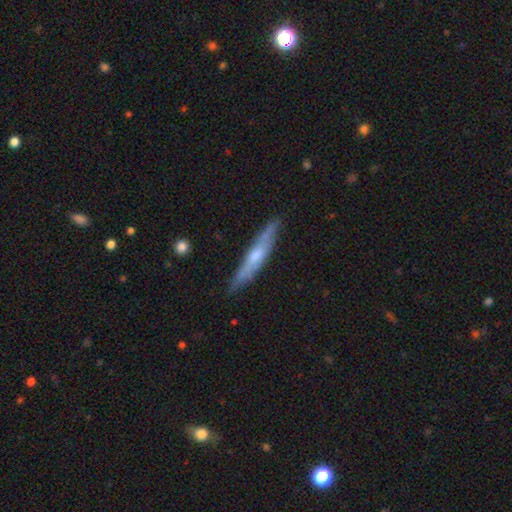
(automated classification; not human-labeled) This is possibly a featured or disk galaxy (59%). It is clearly viewed edge-on (89%). Edge-on bulge: likely rounded (68%). Merging: clearly none (84%).